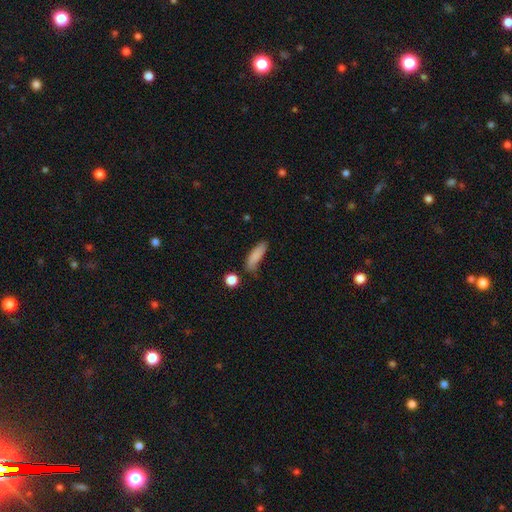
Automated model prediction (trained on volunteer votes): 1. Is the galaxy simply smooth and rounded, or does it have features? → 84% smooth, 8% featured or disk, 7% star or artifact.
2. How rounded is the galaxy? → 52% cigar-shaped, 45% in between, 3% round.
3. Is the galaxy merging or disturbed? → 66% none, 24% minor disturbance, 6% major disturbance, 5% merger.